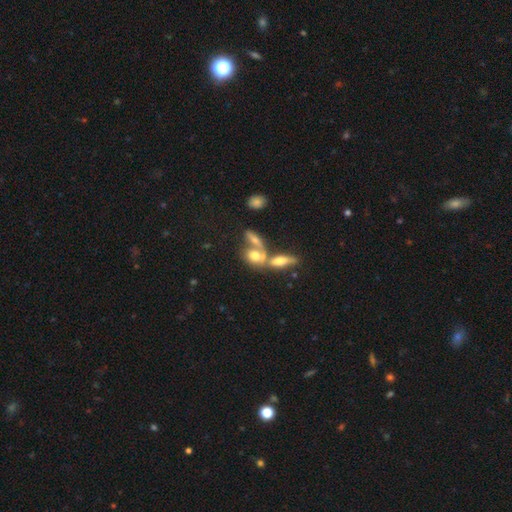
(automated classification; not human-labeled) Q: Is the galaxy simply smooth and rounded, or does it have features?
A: smooth — 58%.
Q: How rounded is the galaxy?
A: in between — 66%.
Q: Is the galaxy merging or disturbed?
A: merger — 60%.